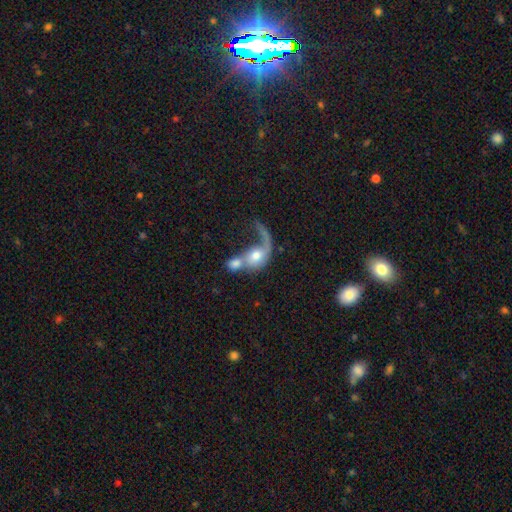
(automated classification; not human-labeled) A featured or disk galaxy (50%).

Vote fractions:
- Smooth or featured? featured or disk: 50% / smooth: 42% / star or artifact: 8%
- Edge-on disk? no: 95% / yes: 5%
- Merging? merger: 65% / major disturbance: 19% / none: 10% / minor disturbance: 6%